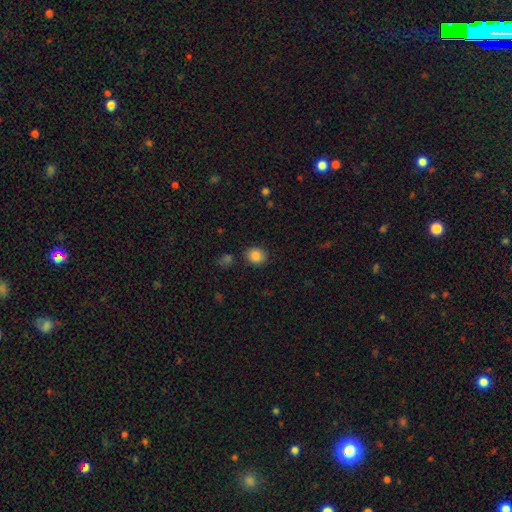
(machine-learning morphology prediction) smooth-or-featured: smooth: 86% | star or artifact: 9% | featured or disk: 5%
  how-rounded: round: 71% | in between: 28% | cigar-shaped: 1%
  merging: none: 86% | minor disturbance: 9% | merger: 3% | major disturbance: 3%